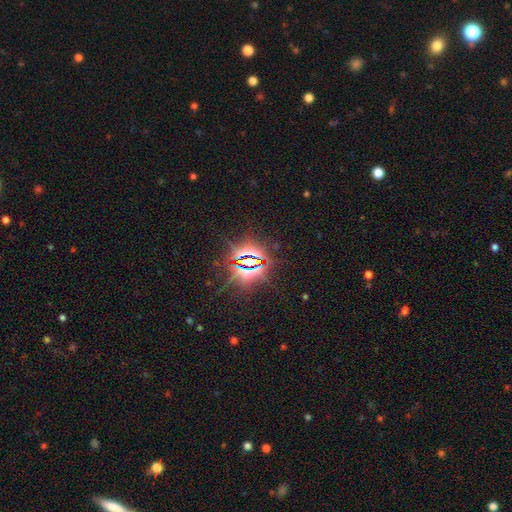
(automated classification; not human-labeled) Smooth or featured? Predicted: star or artifact (p=0.85).